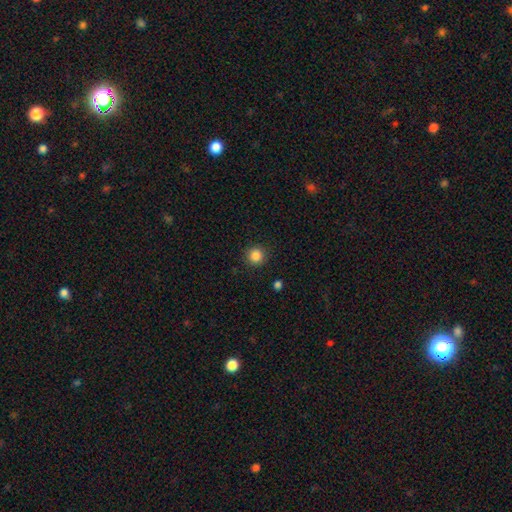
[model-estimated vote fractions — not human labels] The model was most divided on "smooth or featured": smooth: 85%, star or artifact: 11%, featured or disk: 4%. More confident: how rounded — round (95%); merging — none (91%).